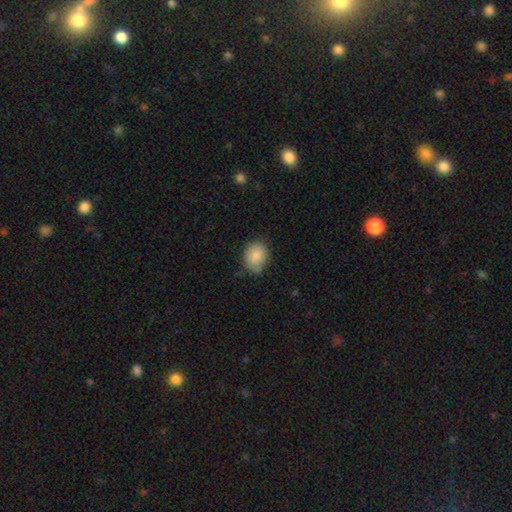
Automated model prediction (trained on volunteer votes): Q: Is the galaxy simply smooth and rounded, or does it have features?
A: smooth — 86%.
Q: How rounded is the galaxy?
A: round — 51%.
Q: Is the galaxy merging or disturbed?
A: none — 62%.